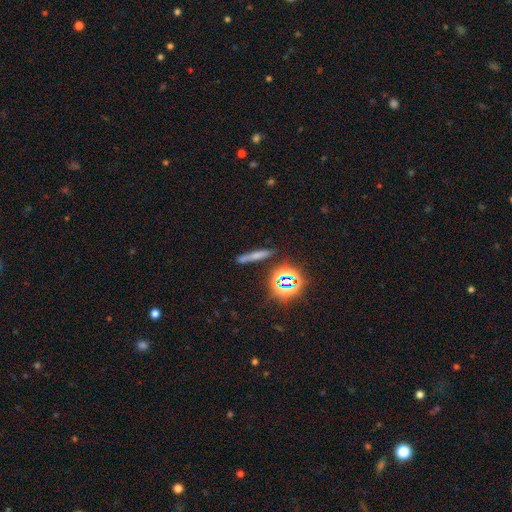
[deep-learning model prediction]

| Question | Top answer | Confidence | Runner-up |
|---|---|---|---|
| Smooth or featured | smooth | 58% | star or artifact (23%) |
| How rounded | cigar-shaped | 82% | in between (10%) |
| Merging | none | 79% | minor disturbance (12%) |